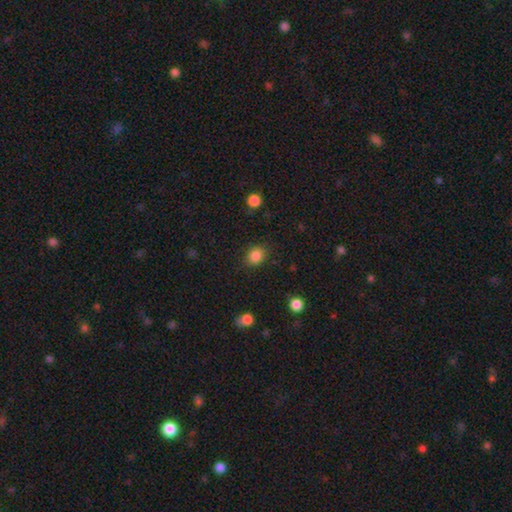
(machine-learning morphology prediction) smooth-or-featured: smooth: 86% | star or artifact: 10% | featured or disk: 4%
  how-rounded: round: 55% | in between: 44% | cigar-shaped: 1%
  merging: none: 85% | minor disturbance: 11% | major disturbance: 3% | merger: 1%